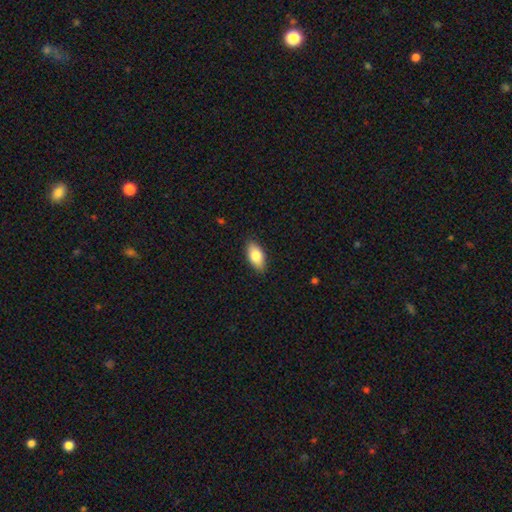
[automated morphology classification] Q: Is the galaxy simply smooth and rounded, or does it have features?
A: smooth — 82%.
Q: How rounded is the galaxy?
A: in between — 91%.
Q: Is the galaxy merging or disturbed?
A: none — 88%.